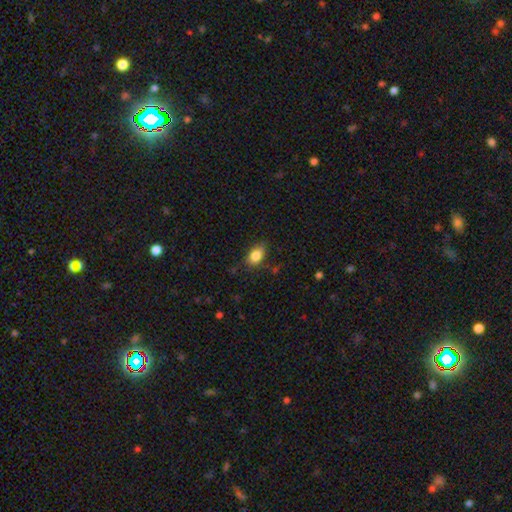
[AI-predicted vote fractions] smooth 84%, star or artifact 9%, featured or disk 8%. Down the decision tree: how rounded — in between (80%); merging — none (72%).